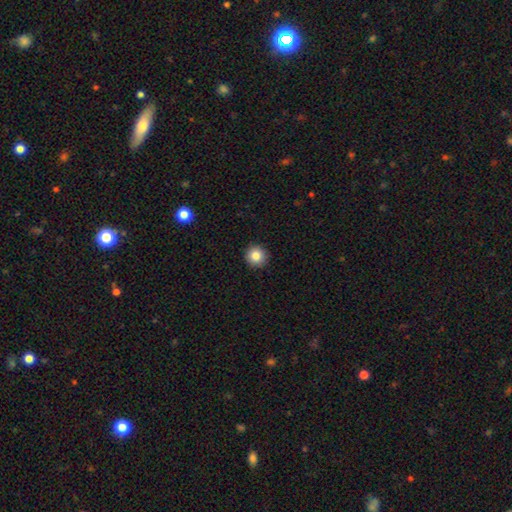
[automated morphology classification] Smooth or featured? smooth (84%)
How rounded? round (95%)
Merging? none (93%)